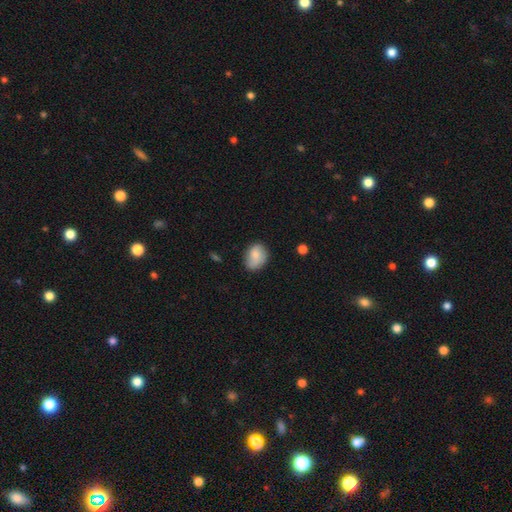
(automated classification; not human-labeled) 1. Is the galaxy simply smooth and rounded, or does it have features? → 80% smooth, 12% featured or disk, 7% star or artifact.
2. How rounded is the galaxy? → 61% in between, 38% round, 1% cigar-shaped.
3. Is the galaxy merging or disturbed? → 66% none, 26% minor disturbance, 6% major disturbance, 2% merger.